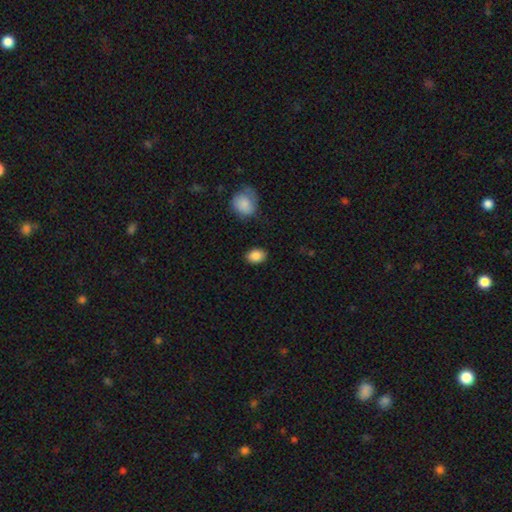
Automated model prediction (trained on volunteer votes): Smooth or featured?
  - smooth: 88% *
  - star or artifact: 8%
  - featured or disk: 5%
How rounded?
  - in between: 72% *
  - round: 26%
  - cigar-shaped: 1%
Merging?
  - none: 86% *
  - minor disturbance: 9%
  - major disturbance: 2%
  - merger: 2%